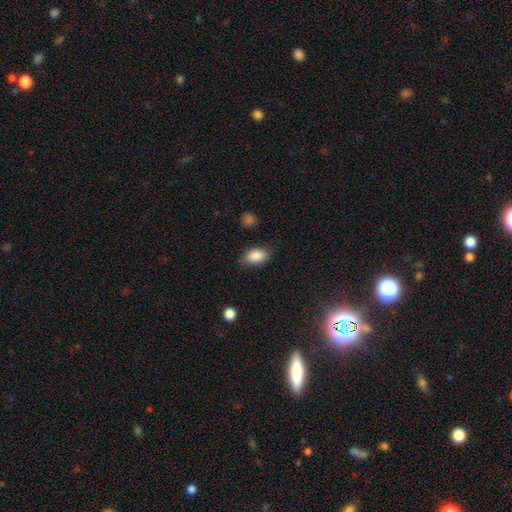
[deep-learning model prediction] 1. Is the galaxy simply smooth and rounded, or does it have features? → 87% smooth, 8% star or artifact, 5% featured or disk.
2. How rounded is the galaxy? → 86% in between, 13% round, 2% cigar-shaped.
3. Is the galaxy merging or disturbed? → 79% none, 16% minor disturbance, 4% major disturbance, 2% merger.